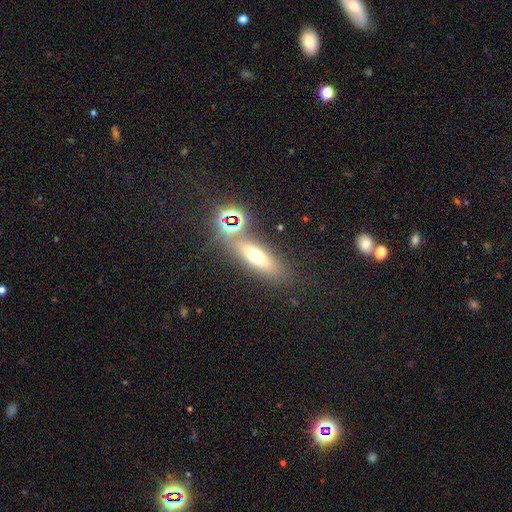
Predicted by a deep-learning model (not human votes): Smooth or featured: smooth — 54% (featured or disk — 28%)
How rounded: cigar-shaped — 51% (in between — 43%)
Merging: none — 73% (minor disturbance — 12%)